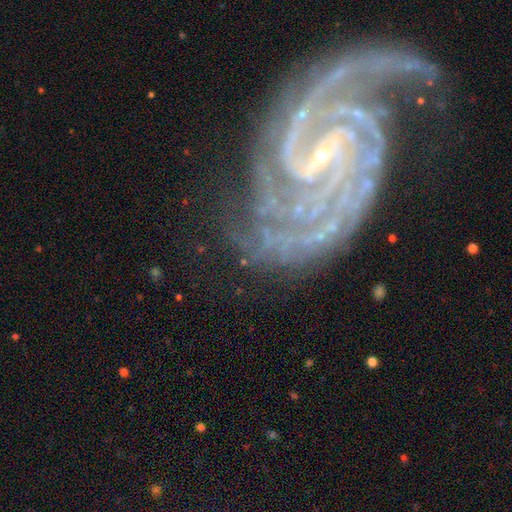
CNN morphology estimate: A featured or disk galaxy (77%) with no bar (37%), tight (58%) spiral arms (86%) and a small central bulge (67%). Merging: none (57%).